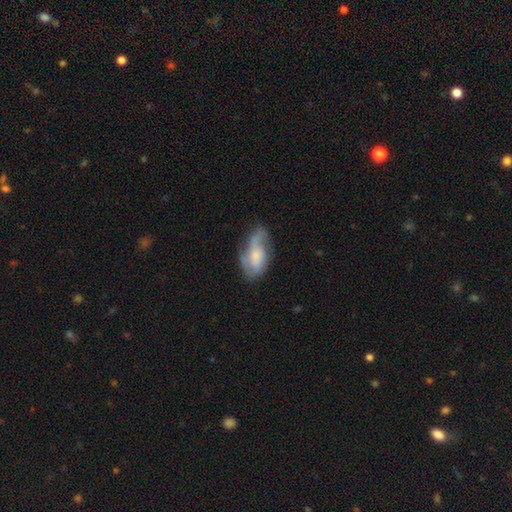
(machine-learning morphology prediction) The model was most divided on "merging": none: 43%, minor disturbance: 31%, major disturbance: 23%, merger: 3%. More confident: edge-on disk — no (93%); smooth or featured — featured or disk (53%).